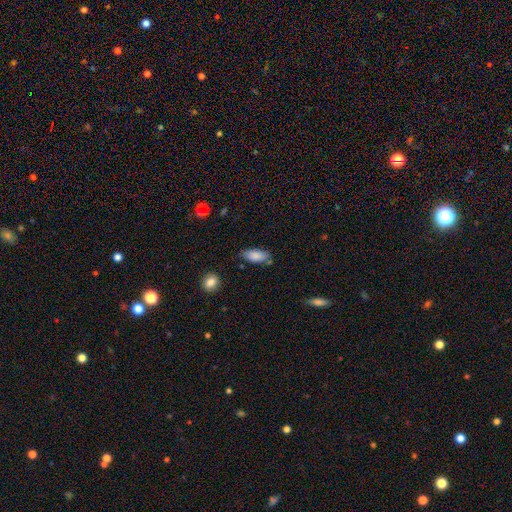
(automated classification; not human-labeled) Smooth or featured? smooth (86%)
How rounded? in between (85%)
Merging? none (73%)